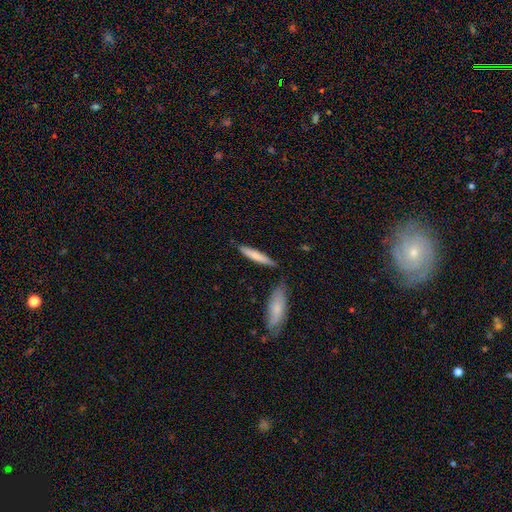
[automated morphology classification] Smooth or featured? smooth (74%)
How rounded? cigar-shaped (89%)
Merging? none (78%)